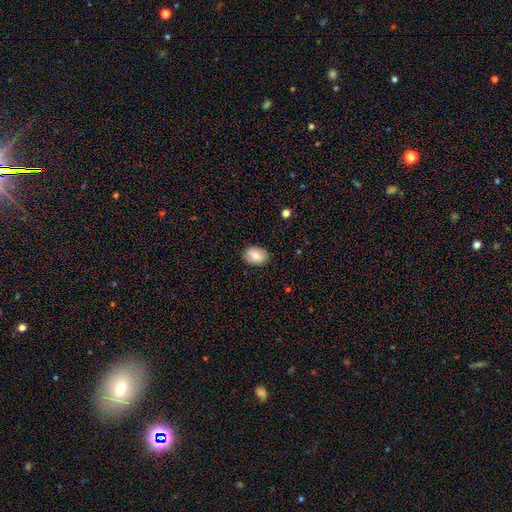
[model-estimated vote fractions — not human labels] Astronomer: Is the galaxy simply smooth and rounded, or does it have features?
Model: smooth — 80%.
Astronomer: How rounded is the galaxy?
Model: in between — 73%.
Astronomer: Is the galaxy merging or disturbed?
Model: none — 86%.